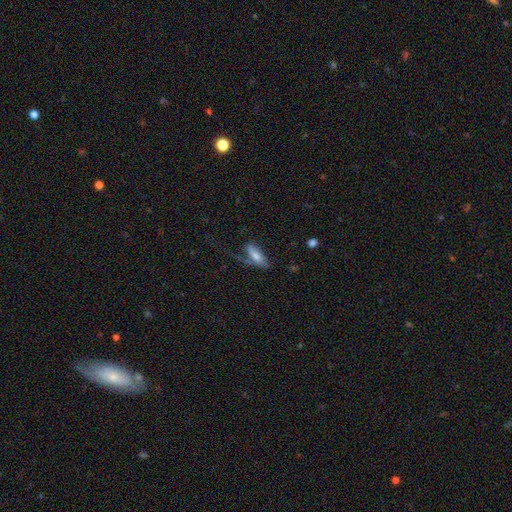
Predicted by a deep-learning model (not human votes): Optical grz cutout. It shows a smooth galaxy with no disk features (61%) that is in between round and cigar-shaped (66%). Merging: major disturbance (37%).